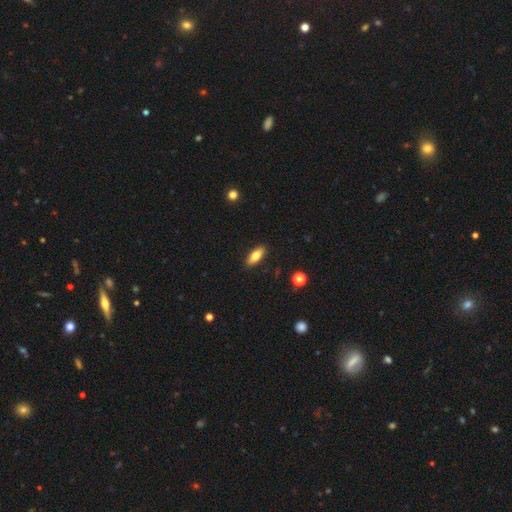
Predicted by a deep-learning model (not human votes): Smooth or featured? smooth (74%)
How rounded? in between (75%)
Merging? none (88%)